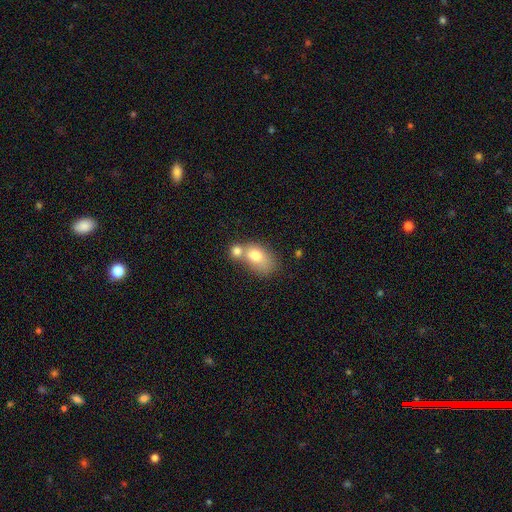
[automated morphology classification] This appears to be a smooth galaxy with no disk features (75%) that is in between round and cigar-shaped (77%). Merging: merger (57%).